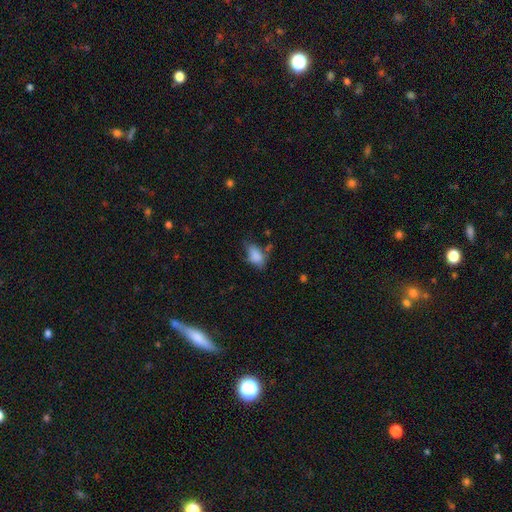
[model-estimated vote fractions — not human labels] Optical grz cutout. It shows a smooth galaxy with no disk features (81%) that is in between round and cigar-shaped (89%). Merging: none (47%).